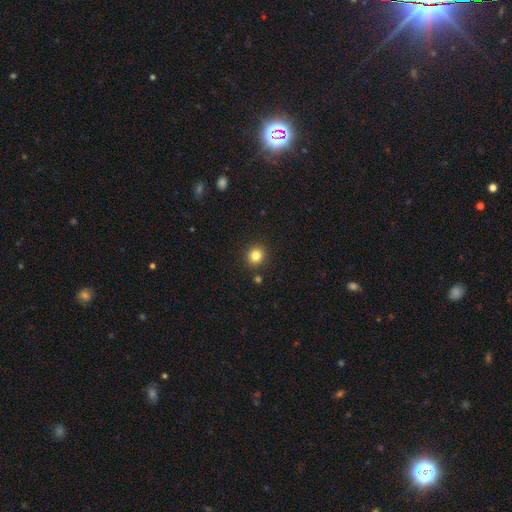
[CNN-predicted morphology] The model was most divided on "smooth or featured": smooth: 83%, star or artifact: 12%, featured or disk: 5%. More confident: merging — none (89%); how rounded — round (87%).